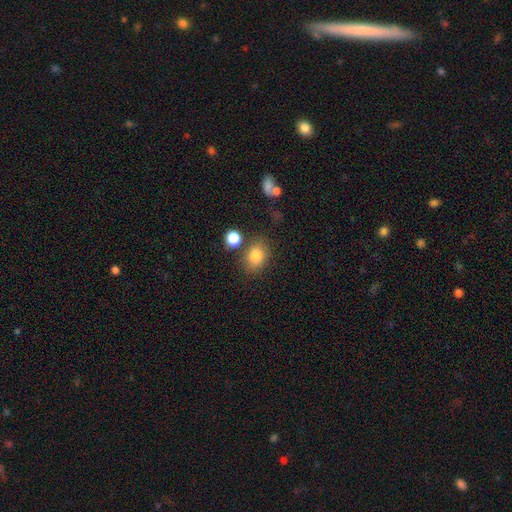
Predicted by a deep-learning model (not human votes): The model was most divided on "how rounded": in between: 56%, round: 43%, cigar-shaped: 1%. More confident: smooth or featured — smooth (83%); merging — none (71%).